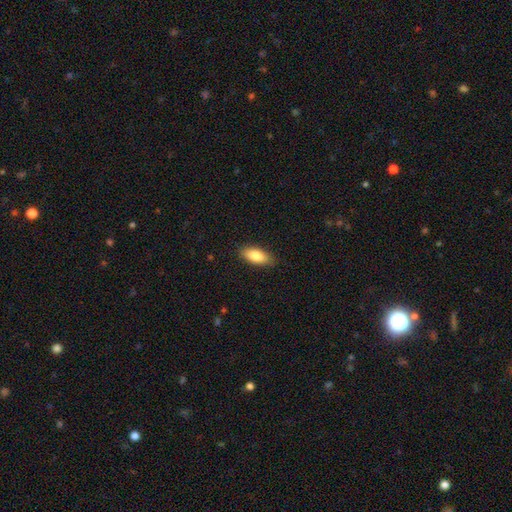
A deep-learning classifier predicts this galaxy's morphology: smooth-or-featured: smooth: 82% | featured or disk: 12% | star or artifact: 6%
  how-rounded: in between: 83% | cigar-shaped: 14% | round: 3%
  merging: none: 87% | minor disturbance: 10% | major disturbance: 2% | merger: 1%